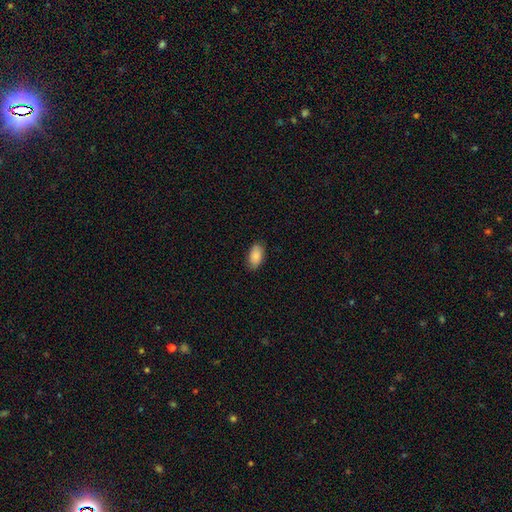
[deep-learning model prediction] This is clearly a smooth galaxy (89%). How rounded: clearly in between (94%). Merging: clearly none (87%).